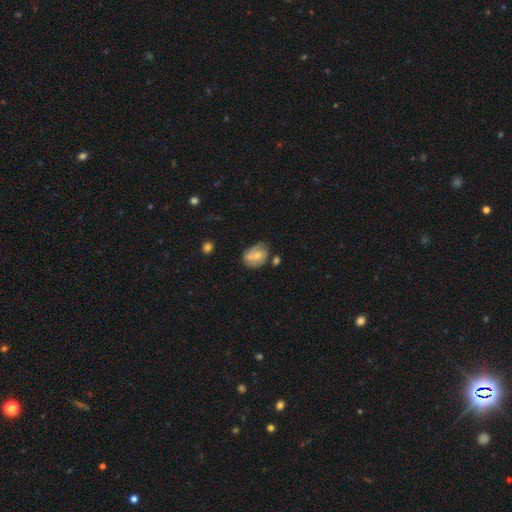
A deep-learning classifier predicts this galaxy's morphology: Overall: featured or disk (47%; smooth 45%). Merging: none (51%; minor disturbance 28%).